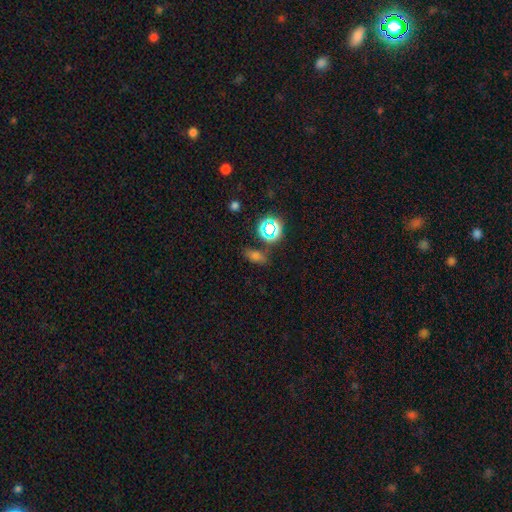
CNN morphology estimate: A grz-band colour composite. It shows a smooth galaxy with no disk features (58%) that is in between round and cigar-shaped (72%). Merging: none (74%).